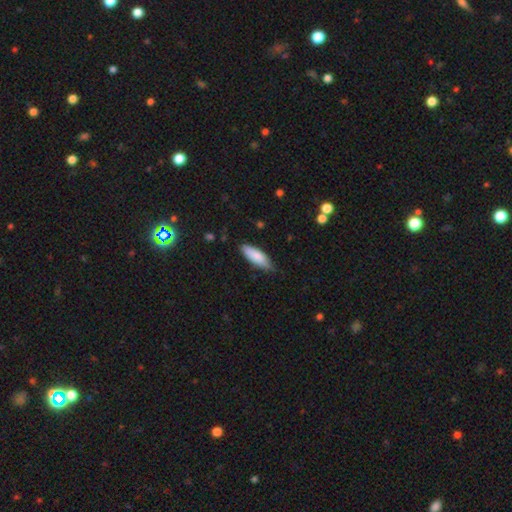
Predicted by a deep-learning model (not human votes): The model was most divided on "how rounded": in between: 58%, cigar-shaped: 40%, round: 2%. More confident: smooth or featured — smooth (84%); merging — none (75%).